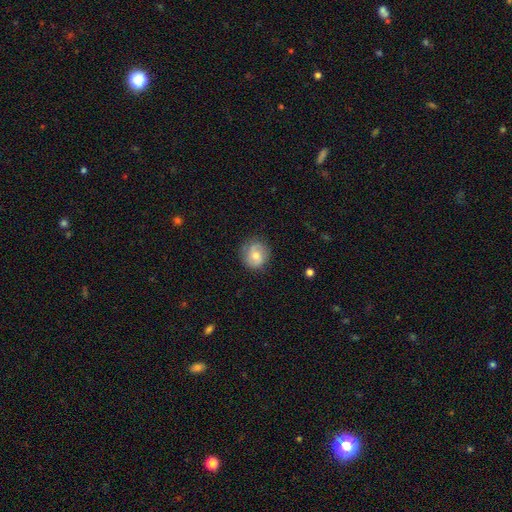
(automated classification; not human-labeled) Q: Smooth or featured?
A: smooth (59%); runner-up: featured or disk (33%)
Q: How rounded?
A: round (83%); runner-up: in between (16%)
Q: Merging?
A: none (75%); runner-up: minor disturbance (19%)